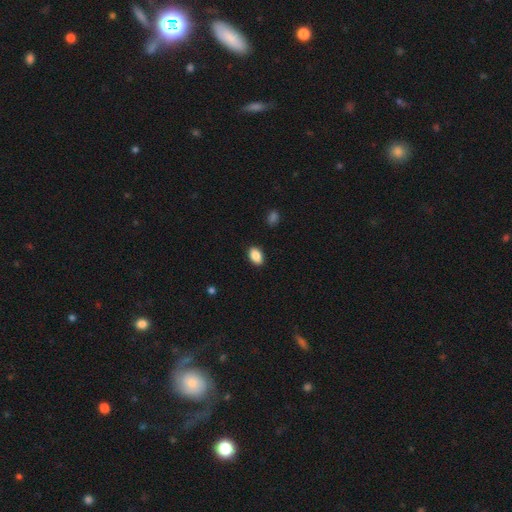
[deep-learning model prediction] Overall: smooth (88%). How rounded: in between (90%). Merging: none (89%).